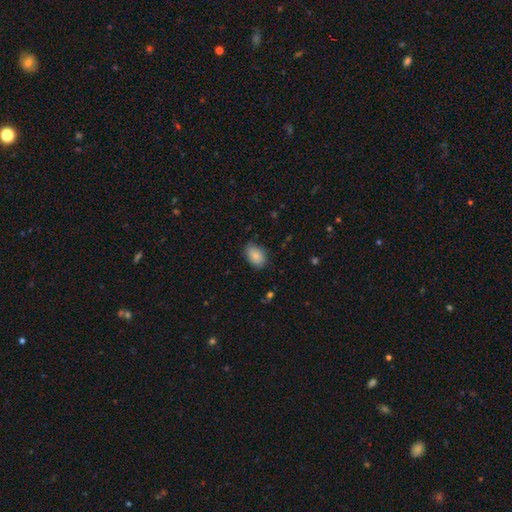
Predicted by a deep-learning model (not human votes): Smooth or featured? Predicted: smooth (p=0.84). How rounded? Predicted: in between (p=0.89). Merging? Predicted: none (p=0.76).